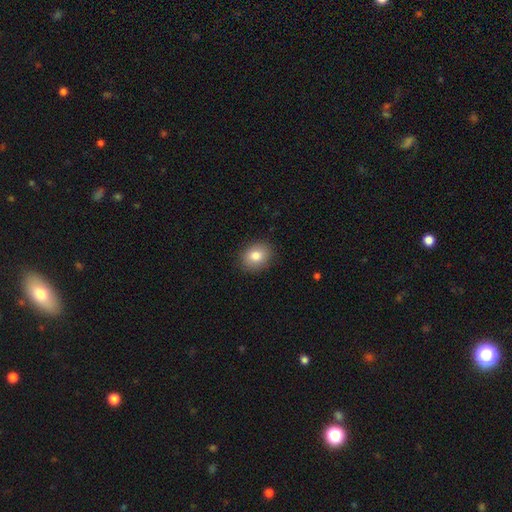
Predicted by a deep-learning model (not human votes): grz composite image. It shows a smooth galaxy with no disk features (82%) that is round (53%). Merging: none (89%).